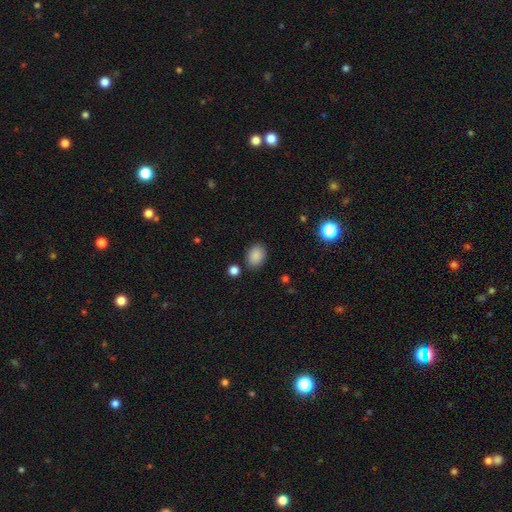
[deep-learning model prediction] Q: Smooth or featured?
A: smooth (87%); runner-up: star or artifact (9%)
Q: How rounded?
A: in between (72%); runner-up: round (27%)
Q: Merging?
A: none (82%); runner-up: minor disturbance (11%)